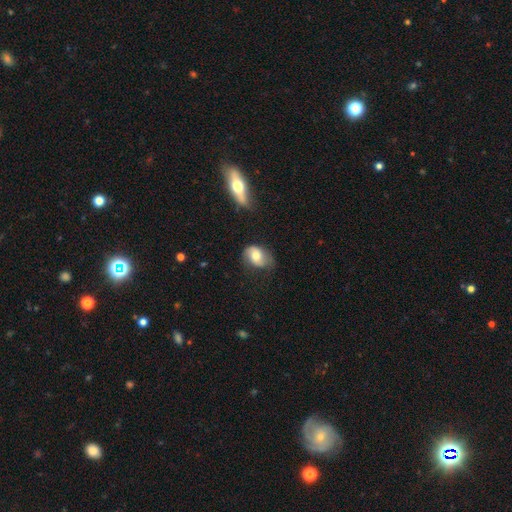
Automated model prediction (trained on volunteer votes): Smooth or featured? smooth (51%)
How rounded? in between (68%)
Merging? none (59%)